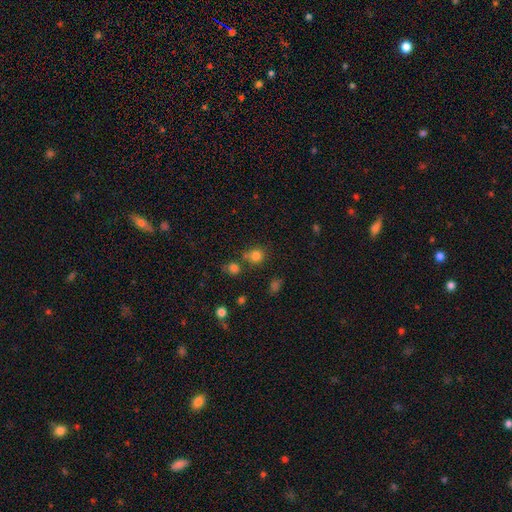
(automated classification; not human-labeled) A smooth galaxy with no disk features (78%) that is round (84%).

Vote fractions:
- Smooth or featured? smooth: 78% / star or artifact: 16% / featured or disk: 6%
- How rounded? round: 84% / in between: 15% / cigar-shaped: 1%
- Merging? none: 66% / merger: 18% / minor disturbance: 11% / major disturbance: 4%